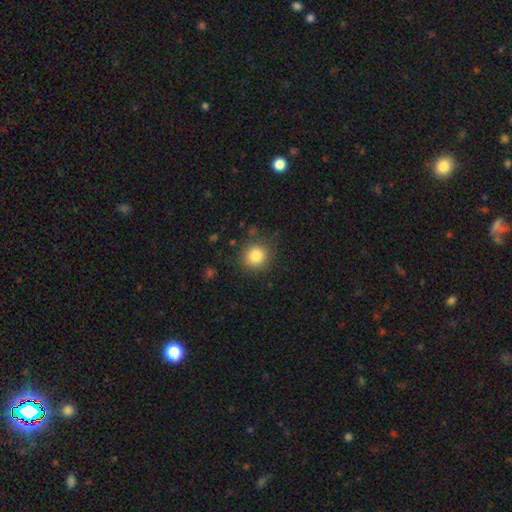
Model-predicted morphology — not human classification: A smooth galaxy with no disk features (83%) that is round (91%). Merging: none (84%).